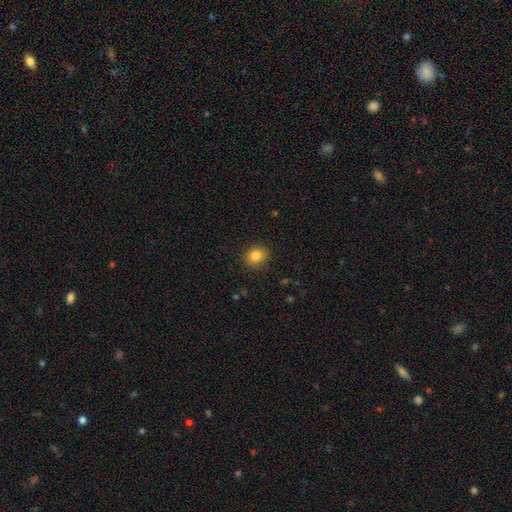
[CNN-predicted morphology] smooth 83%, star or artifact 10%, featured or disk 7%. Down the decision tree: how rounded — round (73%); merging — none (90%).